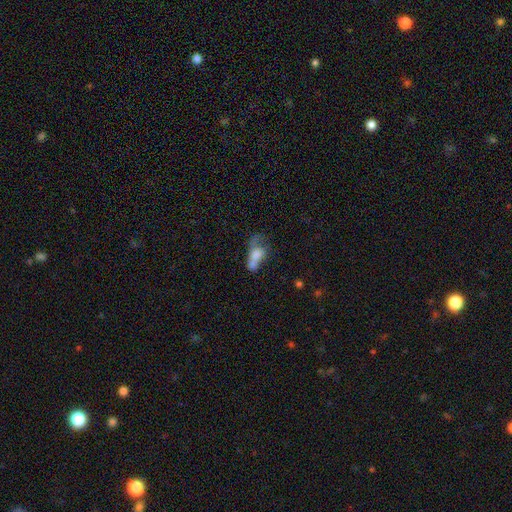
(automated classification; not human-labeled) A smooth galaxy with no disk features (58%) that is in between round and cigar-shaped (76%). Merging: merger (34%).